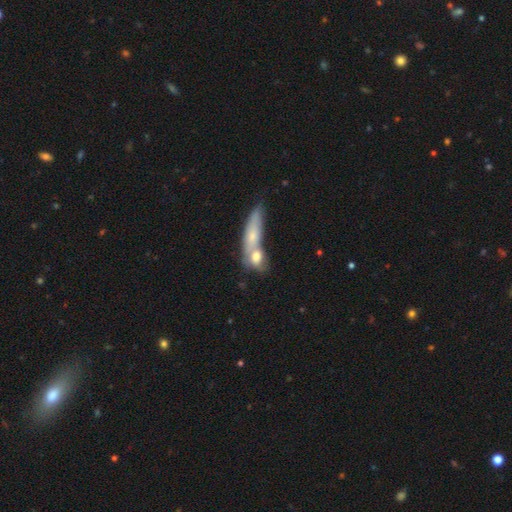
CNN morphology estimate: Smooth or featured? Predicted: smooth (p=0.61). How rounded? Predicted: in between (p=0.42). Merging? Predicted: merger (p=0.50).